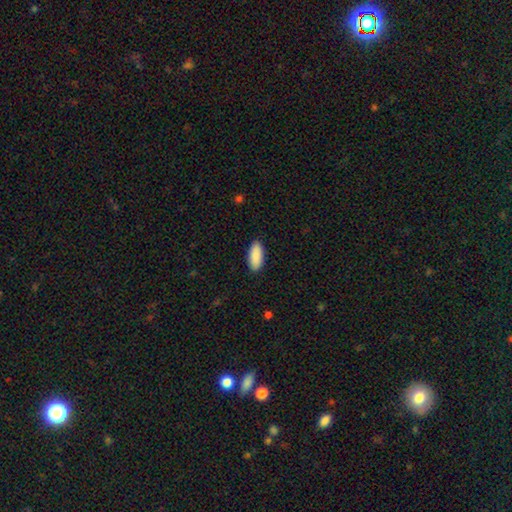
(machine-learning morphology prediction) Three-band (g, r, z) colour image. It shows a smooth galaxy with no disk features (91%) that is in between round and cigar-shaped (86%). Merging: none (90%).